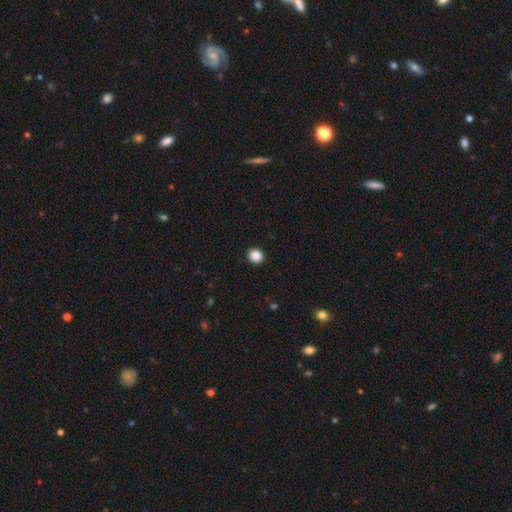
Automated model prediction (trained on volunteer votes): Smooth or featured?
  - smooth: 88% *
  - star or artifact: 10%
  - featured or disk: 2%
How rounded?
  - round: 88% *
  - in between: 11%
  - cigar-shaped: 1%
Merging?
  - none: 93% *
  - minor disturbance: 4%
  - major disturbance: 2%
  - merger: 1%